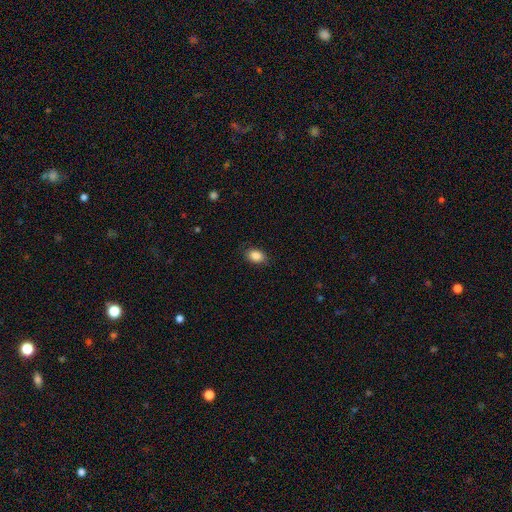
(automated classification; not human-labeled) This appears to be a smooth galaxy with no disk features (88%) that is in between round and cigar-shaped (79%). Merging: none (84%).